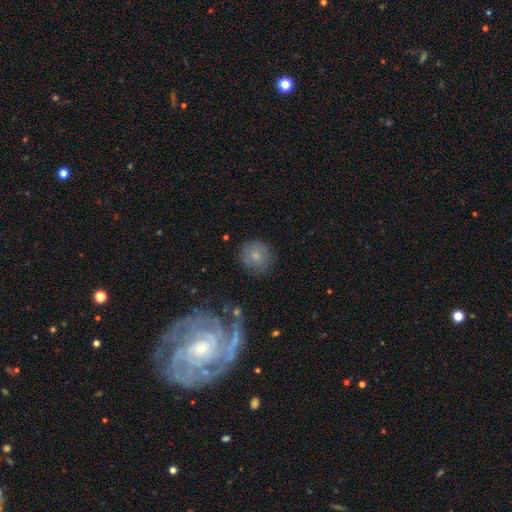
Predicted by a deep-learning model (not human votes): Smooth or featured? smooth (64%)
How rounded? round (91%)
Merging? none (80%)